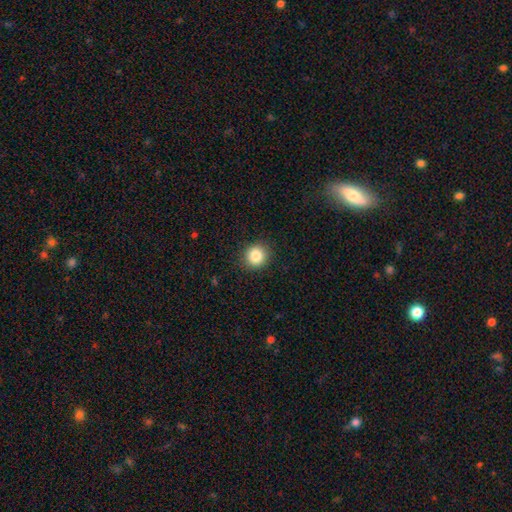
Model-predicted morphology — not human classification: smooth 85%, star or artifact 10%, featured or disk 5%. Down the decision tree: how rounded — round (89%); merging — none (90%).